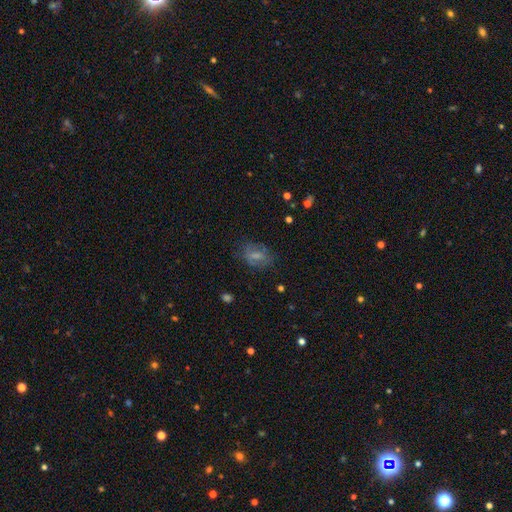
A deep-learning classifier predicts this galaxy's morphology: smooth_or_featured: smooth (p=0.57) [alt: featured or disk p=0.30]
how_rounded: in between (p=0.77) [alt: round p=0.19]
merging: none (p=0.62) [alt: minor disturbance p=0.22]